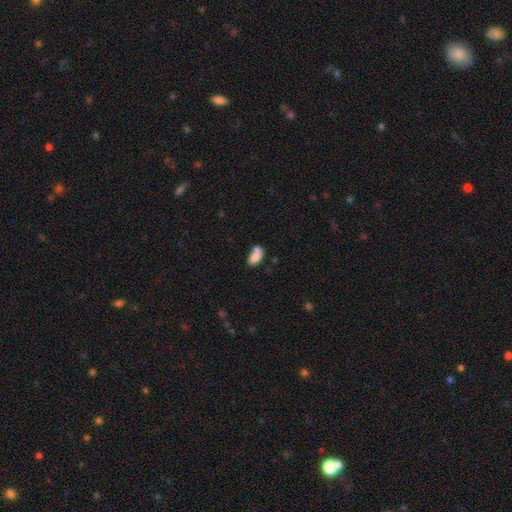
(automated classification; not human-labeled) A smooth galaxy with no disk features (78%) that is in between round and cigar-shaped (89%).

Vote fractions:
- Smooth or featured? smooth: 78% / featured or disk: 13% / star or artifact: 9%
- How rounded? in between: 89% / round: 7% / cigar-shaped: 4%
- Merging? merger: 42% / none: 35% / minor disturbance: 16% / major disturbance: 6%